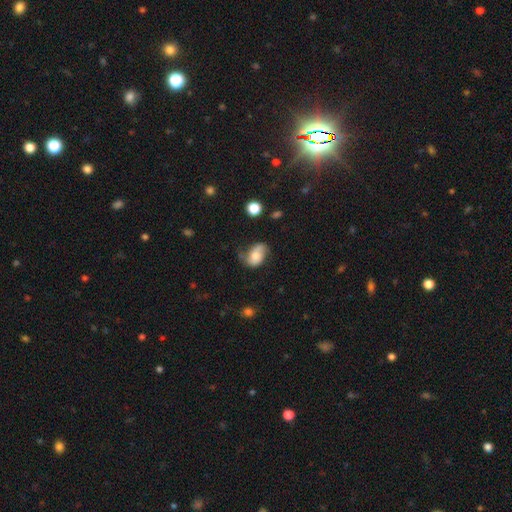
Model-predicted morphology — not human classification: smooth 50%, featured or disk 41%, star or artifact 9%. Down the decision tree: merging — none (46%).